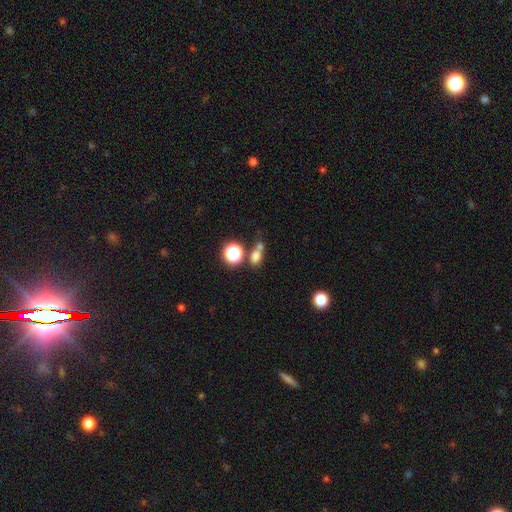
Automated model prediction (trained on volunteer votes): Overall: smooth (72%). How rounded: in between (60%; round 37%). Merging: none (50%; merger 33%).